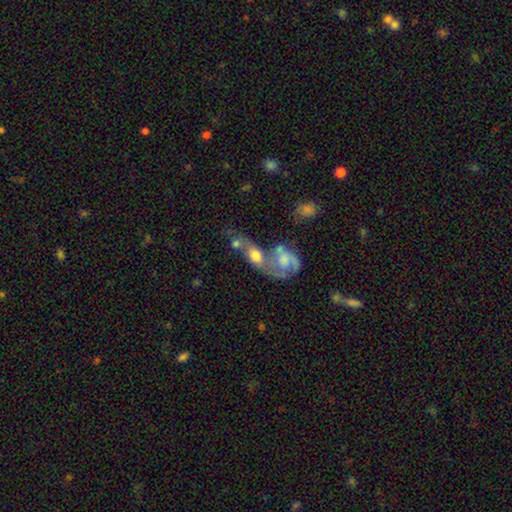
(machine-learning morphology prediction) Smooth or featured: smooth — 53% (featured or disk — 37%)
How rounded: in between — 69% (round — 23%)
Merging: merger — 64% (none — 17%)